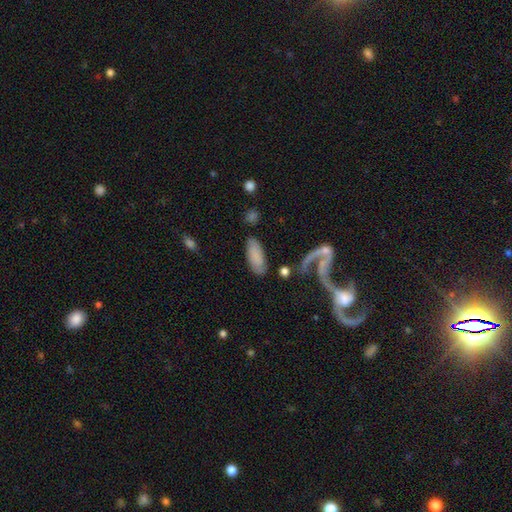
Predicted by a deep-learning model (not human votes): This is likely a smooth galaxy (74%). How rounded: clearly in between (81%). Merging: likely none (71%).